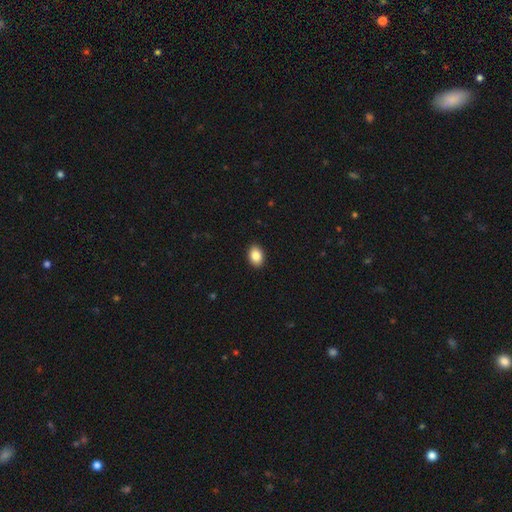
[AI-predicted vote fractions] Morphology: type=smooth (87%); roundness=in between (79%); merging=none (91%).